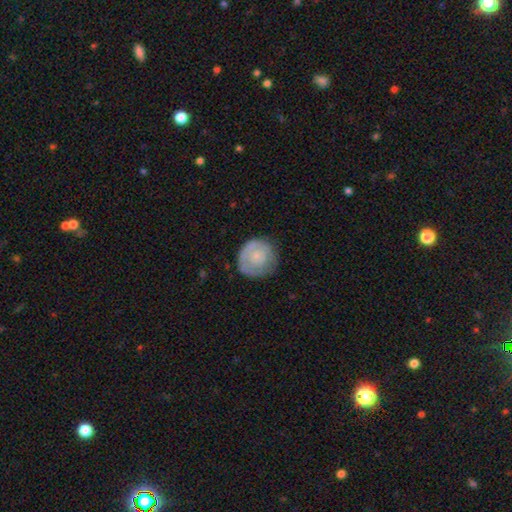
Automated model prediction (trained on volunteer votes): Morphology: type=smooth (65%); roundness=round (92%); merging=none (73%).